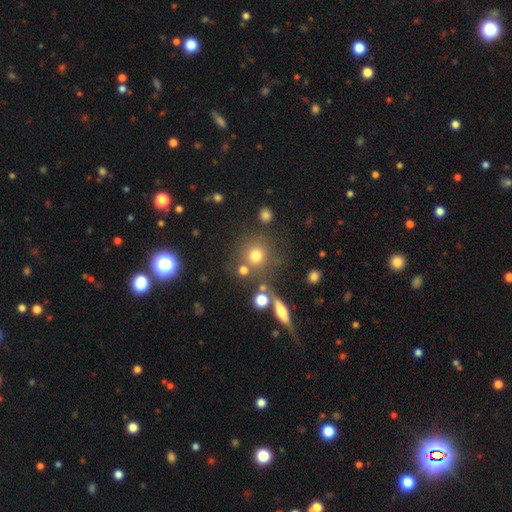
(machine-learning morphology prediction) A smooth galaxy with no disk features (73%) that is round (90%).

Vote fractions:
- Smooth or featured? smooth: 73% / star or artifact: 17% / featured or disk: 10%
- How rounded? round: 90% / in between: 8% / cigar-shaped: 1%
- Merging? none: 70% / merger: 13% / minor disturbance: 10% / major disturbance: 6%